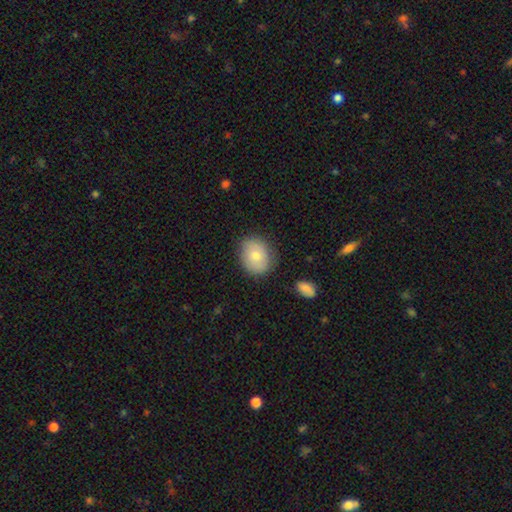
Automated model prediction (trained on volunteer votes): smooth_or_featured: smooth (p=0.73) [alt: featured or disk p=0.19]
how_rounded: in between (p=0.56) [alt: round p=0.43]
merging: none (p=0.81) [alt: minor disturbance p=0.15]